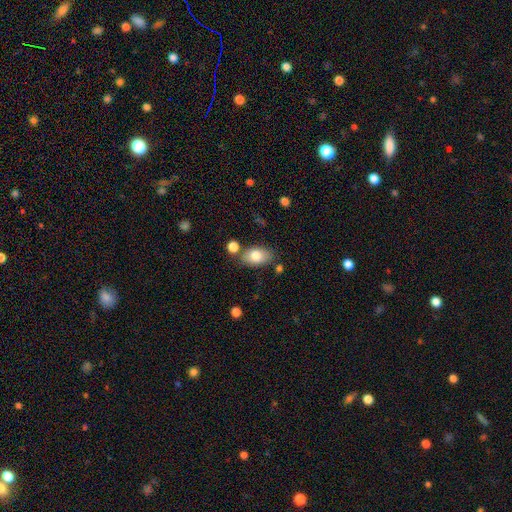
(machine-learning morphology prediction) This appears to be a smooth galaxy with no disk features (77%) that is in between round and cigar-shaped (89%). Merging: none (75%).